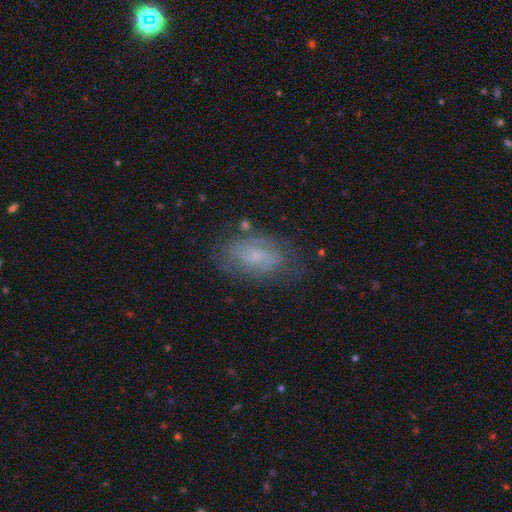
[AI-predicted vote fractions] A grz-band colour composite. It shows a featured or disk galaxy (59%) with a weak bar (49%), spiral arms (78%) and a small central bulge (61%). Merging: none (69%).